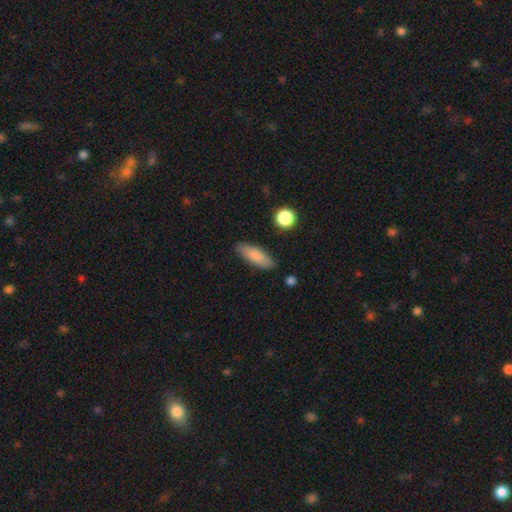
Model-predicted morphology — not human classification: The model was most divided on "how rounded": in between: 60%, cigar-shaped: 38%, round: 2%. More confident: merging — none (84%); smooth or featured — smooth (82%).